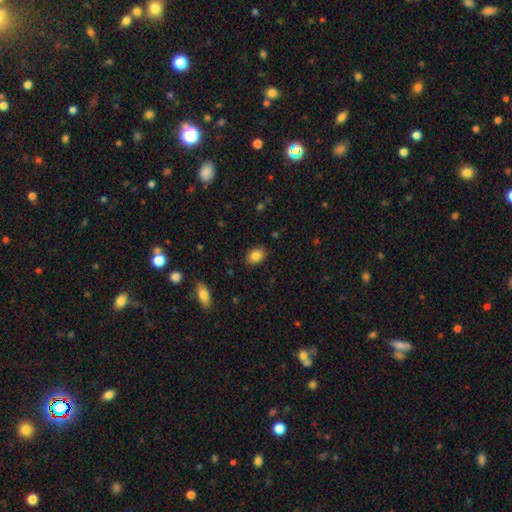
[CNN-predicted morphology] A smooth galaxy with no disk features (85%) that is in between round and cigar-shaped (72%). Merging: none (86%).